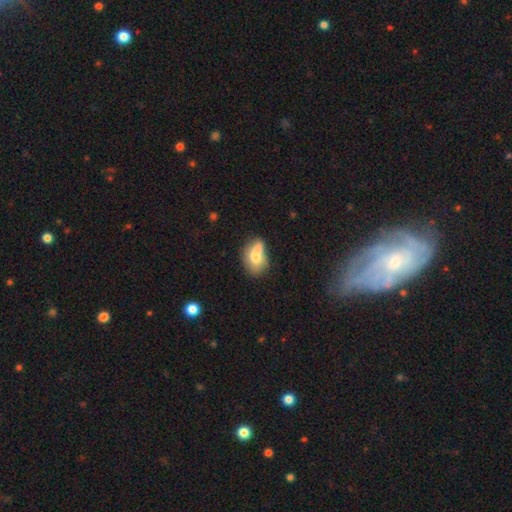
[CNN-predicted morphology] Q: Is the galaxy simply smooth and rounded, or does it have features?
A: smooth — 65%.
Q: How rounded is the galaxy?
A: in between — 81%.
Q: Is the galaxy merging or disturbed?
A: none — 37%.